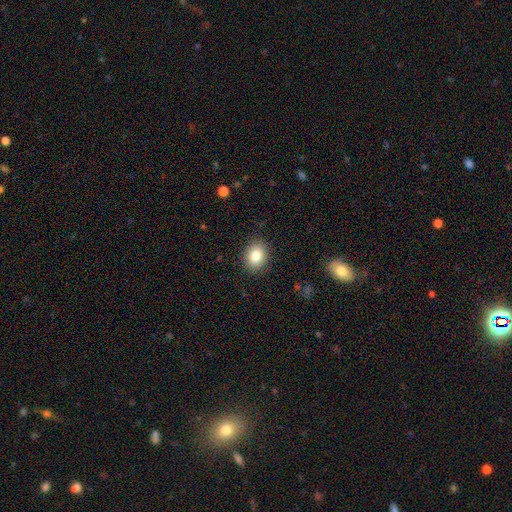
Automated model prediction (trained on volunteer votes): This is clearly a smooth galaxy (84%). How rounded: possibly in between (52%). Merging: clearly none (87%).